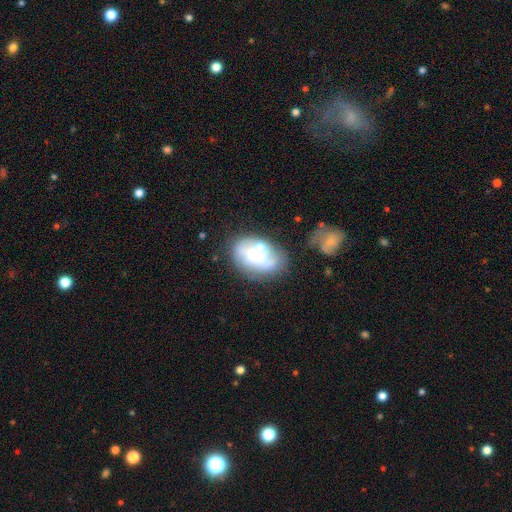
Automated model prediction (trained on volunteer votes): Smooth or featured: featured or disk — 49% (smooth — 42%)
Merging: none — 41% (merger — 24%)